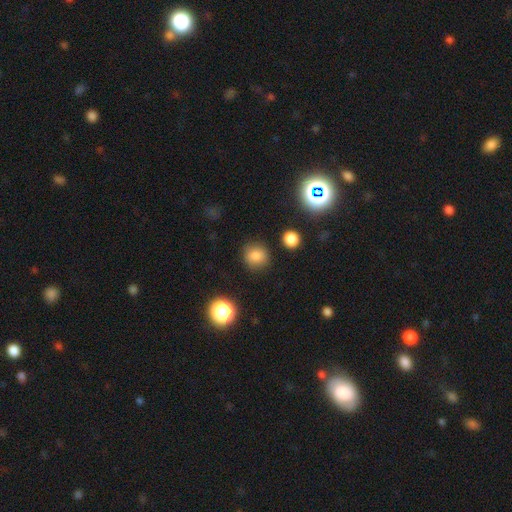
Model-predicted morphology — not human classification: smooth-or-featured: smooth: 82% | star or artifact: 13% | featured or disk: 6%
  how-rounded: round: 87% | in between: 11% | cigar-shaped: 1%
  merging: none: 87% | minor disturbance: 8% | major disturbance: 3% | merger: 2%